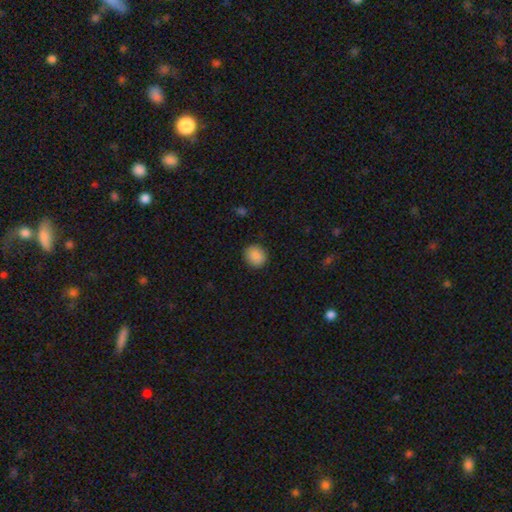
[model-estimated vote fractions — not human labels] smooth_or_featured: smooth (p=0.89) [alt: star or artifact p=0.08]
how_rounded: round (p=0.77) [alt: in between p=0.22]
merging: none (p=0.89) [alt: minor disturbance p=0.08]